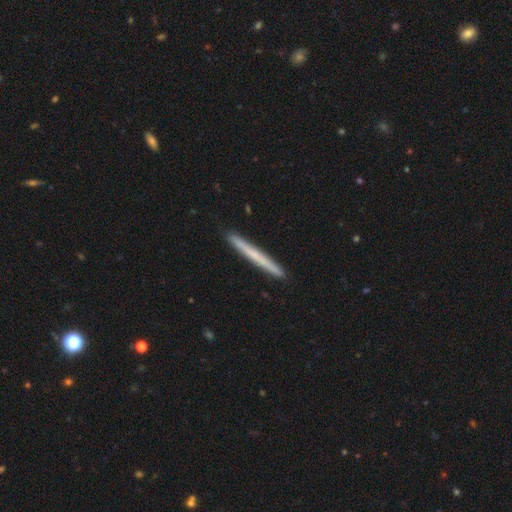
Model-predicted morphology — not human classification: smooth 54%, featured or disk 40%, star or artifact 6%. Down the decision tree: how rounded — cigar-shaped (97%); merging — none (92%).